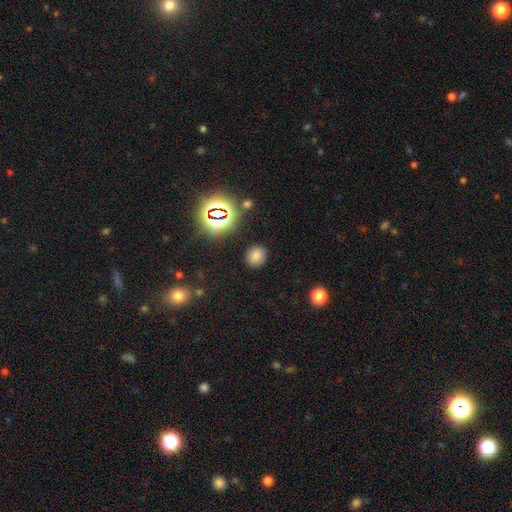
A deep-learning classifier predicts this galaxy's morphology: type=smooth (72%); roundness=round (77%); merging=none (87%).